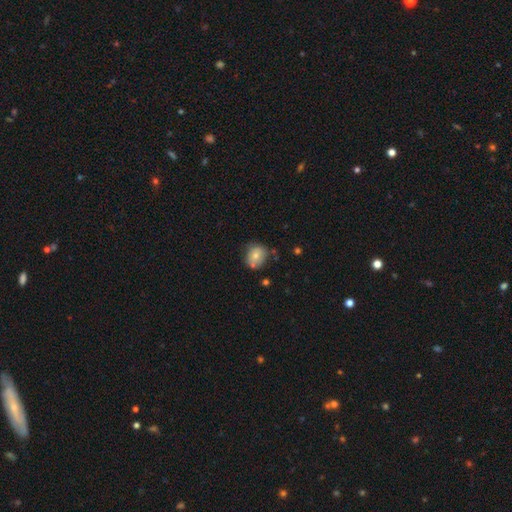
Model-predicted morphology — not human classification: Smooth or featured: smooth — 72% (featured or disk — 19%)
How rounded: round — 70% (in between — 29%)
Merging: none — 63% (minor disturbance — 24%)